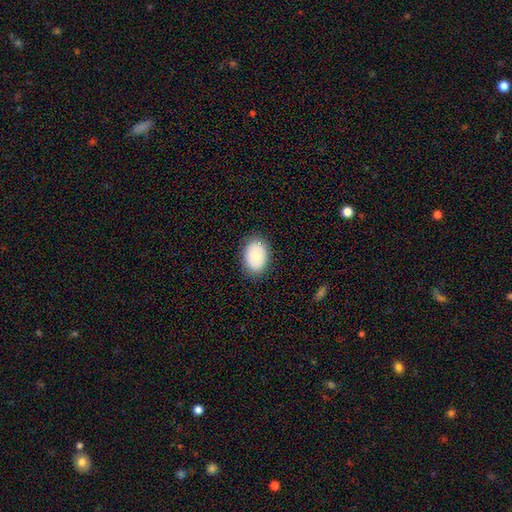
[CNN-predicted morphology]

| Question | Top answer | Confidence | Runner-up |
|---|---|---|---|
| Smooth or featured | smooth | 76% | featured or disk (17%) |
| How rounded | in between | 79% | round (20%) |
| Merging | none | 85% | minor disturbance (11%) |